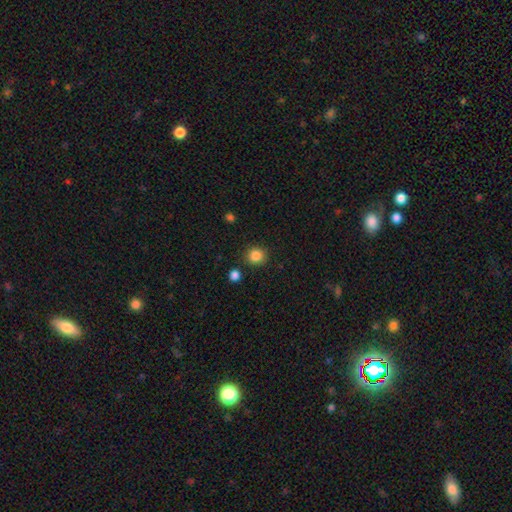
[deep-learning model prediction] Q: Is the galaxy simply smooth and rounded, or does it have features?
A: smooth — 85%.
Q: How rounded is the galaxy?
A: round — 90%.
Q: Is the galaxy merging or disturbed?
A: none — 88%.